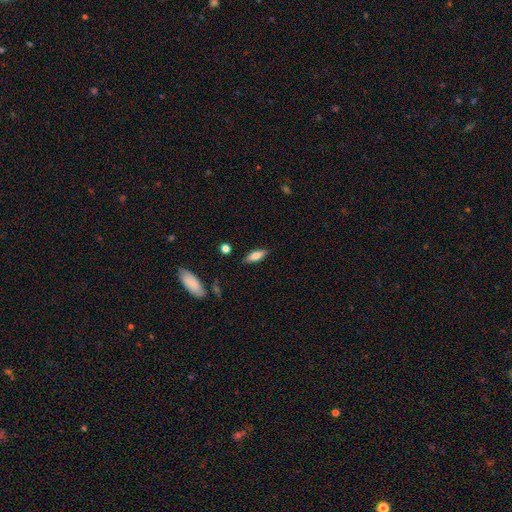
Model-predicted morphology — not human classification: Smooth or featured? Predicted: smooth (p=0.73). How rounded? Predicted: in between (p=0.61). Merging? Predicted: none (p=0.85).